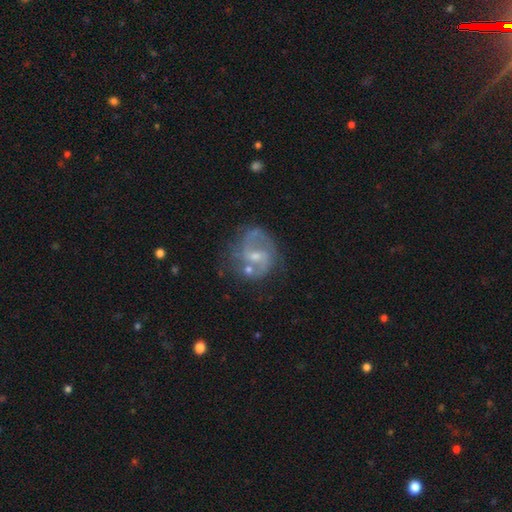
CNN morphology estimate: smooth_or_featured: featured or disk (p=0.82) [alt: smooth p=0.11]
disk_edge_on: no (p=0.98) [alt: yes p=0.02]
bar: weak (p=0.53) [alt: no p=0.35]
has_spiral_arms: yes (p=0.92) [alt: no p=0.08]
spiral_winding: medium (p=0.54) [alt: loose p=0.25]
spiral_arm_count: 2 (p=0.78) [alt: can't tell p=0.10]
bulge_size: small (p=0.57) [alt: moderate p=0.36]
merging: none (p=0.61) [alt: minor disturbance p=0.20]